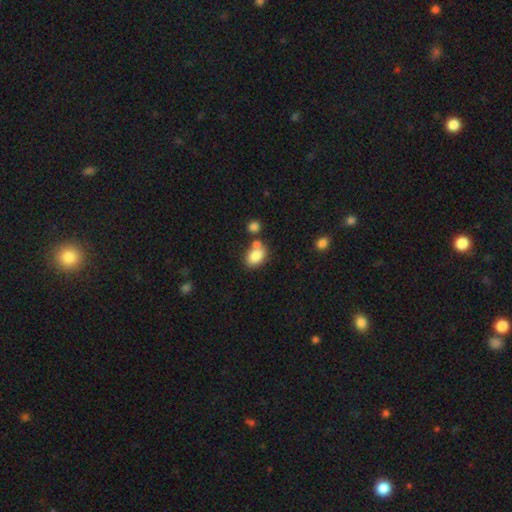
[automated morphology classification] smooth 83%, star or artifact 9%, featured or disk 8%. Down the decision tree: how rounded — in between (78%); merging — none (53%).